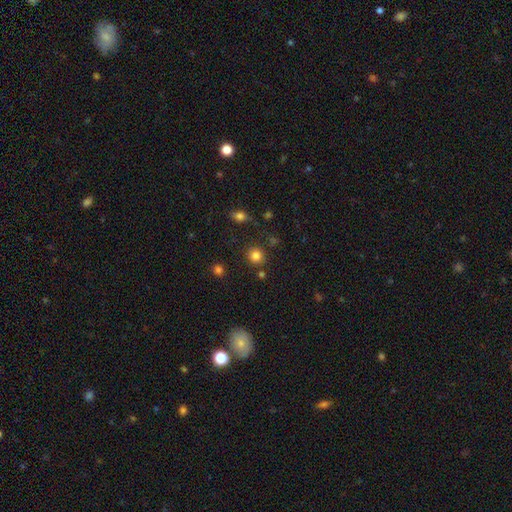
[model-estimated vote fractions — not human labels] This appears to be a smooth galaxy with no disk features (82%) that is round (90%). Merging: none (84%).